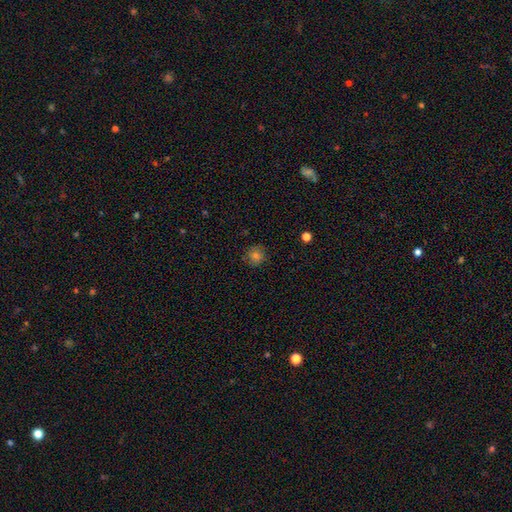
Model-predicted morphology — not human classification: This is likely a smooth galaxy (75%). How rounded: clearly round (92%). Merging: clearly none (86%).